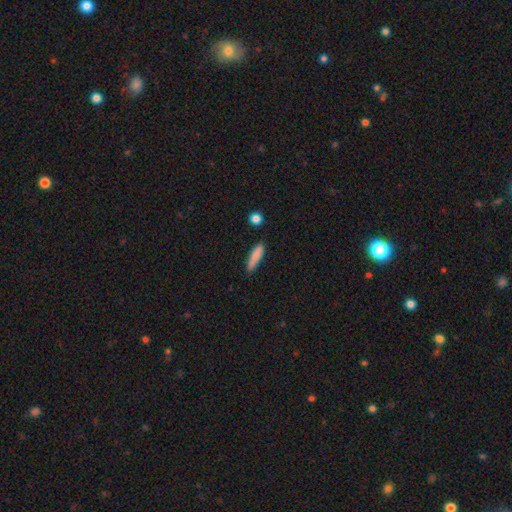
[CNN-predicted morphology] Q: Smooth or featured?
A: smooth (82%); runner-up: featured or disk (11%)
Q: How rounded?
A: cigar-shaped (76%); runner-up: in between (22%)
Q: Merging?
A: none (76%); runner-up: minor disturbance (18%)